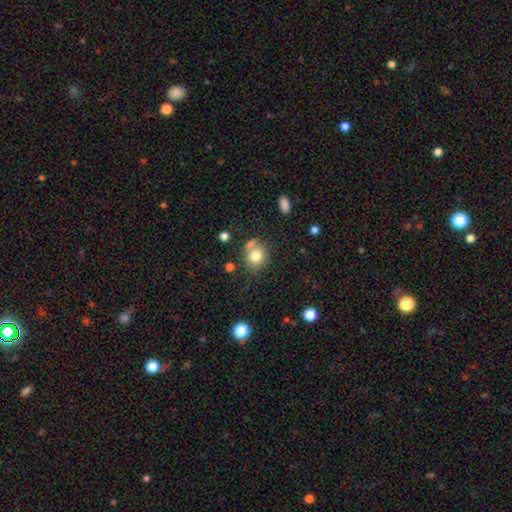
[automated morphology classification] The model was most divided on "merging": none: 61%, merger: 18%, minor disturbance: 16%, major disturbance: 6%. More confident: smooth or featured — smooth (79%); how rounded — round (77%).